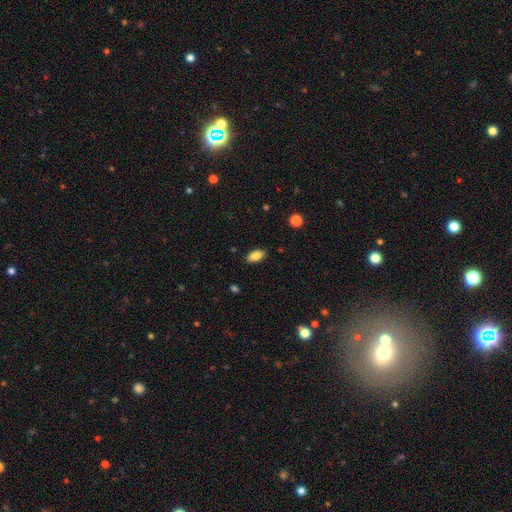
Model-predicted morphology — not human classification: type=smooth (84%); roundness=in between (92%); merging=none (88%).